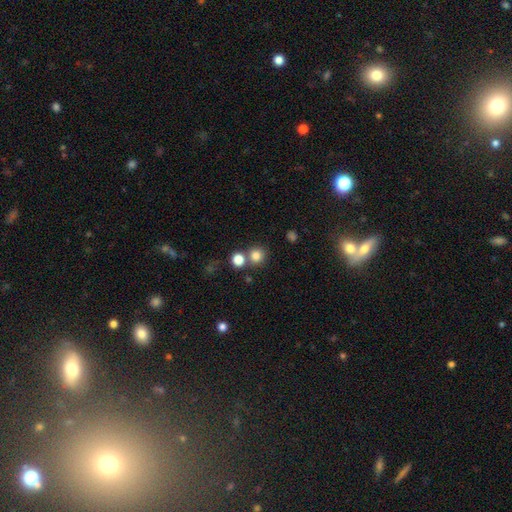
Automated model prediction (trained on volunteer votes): The model was most divided on "merging": none: 70%, merger: 21%, minor disturbance: 7%, major disturbance: 3%. More confident: how rounded — round (92%); smooth or featured — smooth (80%).